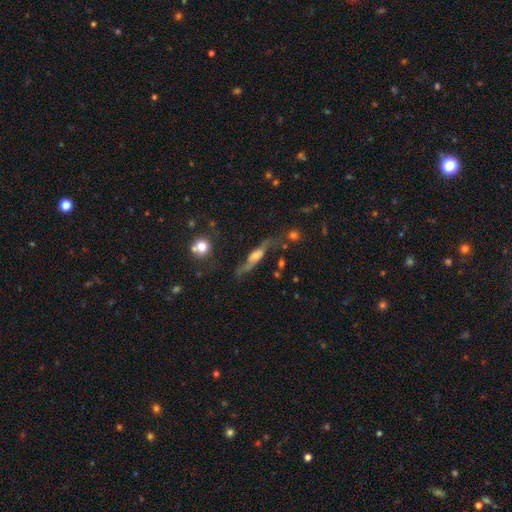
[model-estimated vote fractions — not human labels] This appears to be a featured or disk galaxy (66%). Merging: none (54%).